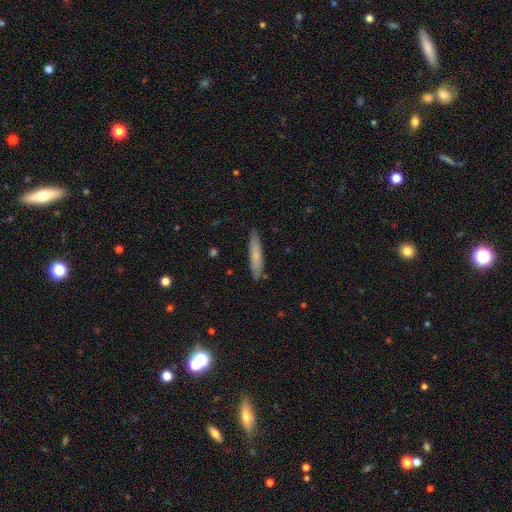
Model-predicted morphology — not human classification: type=smooth (73%); roundness=cigar-shaped (90%); merging=none (88%).